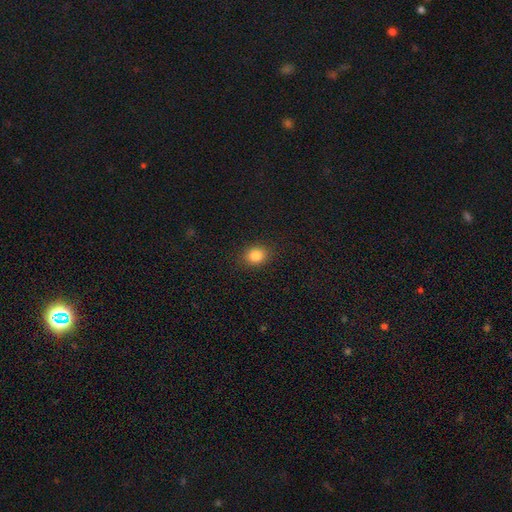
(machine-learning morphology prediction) smooth 84%, star or artifact 11%, featured or disk 6%. Down the decision tree: how rounded — round (58%); merging — none (89%).